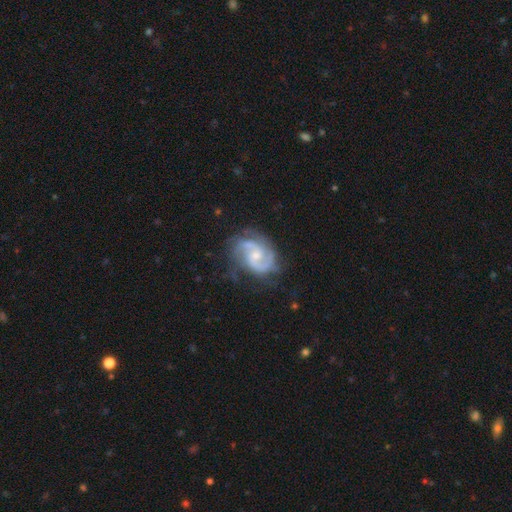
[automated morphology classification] Smooth or featured: featured or disk — 89% (smooth — 6%)
Edge-on disk: no — 98% (yes — 2%)
Bar: no — 52% (weak — 41%)
Spiral arms: yes — 98% (no — 2%)
Spiral winding: medium — 53% (tight — 31%)
Spiral arm count: 2 — 79% (3 — 9%)
Bulge size: small — 59% (moderate — 36%)
Merging: none — 69% (minor disturbance — 21%)